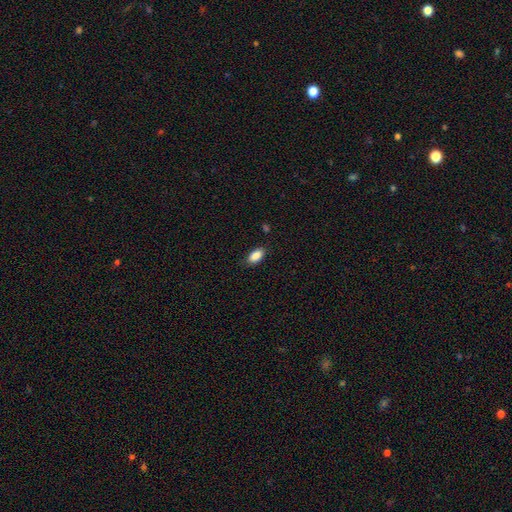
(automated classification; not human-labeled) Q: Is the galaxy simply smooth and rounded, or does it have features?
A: smooth — 88%.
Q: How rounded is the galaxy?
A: in between — 92%.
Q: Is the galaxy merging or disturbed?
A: none — 84%.